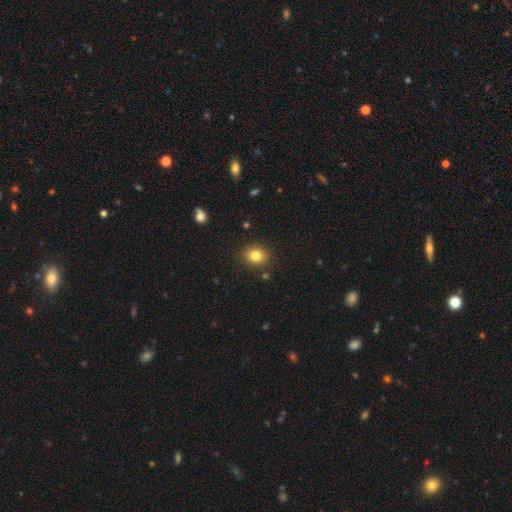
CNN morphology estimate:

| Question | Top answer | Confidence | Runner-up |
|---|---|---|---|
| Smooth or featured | smooth | 82% | star or artifact (12%) |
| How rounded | round | 71% | in between (28%) |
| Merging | none | 87% | minor disturbance (8%) |